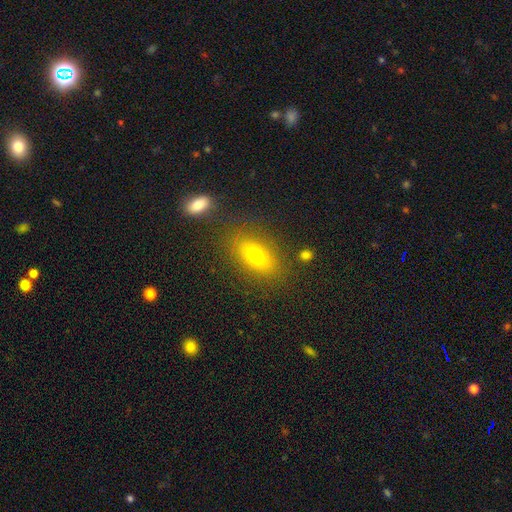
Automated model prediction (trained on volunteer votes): A smooth galaxy with no disk features (70%) that is in between round and cigar-shaped (80%). Merging: none (80%).